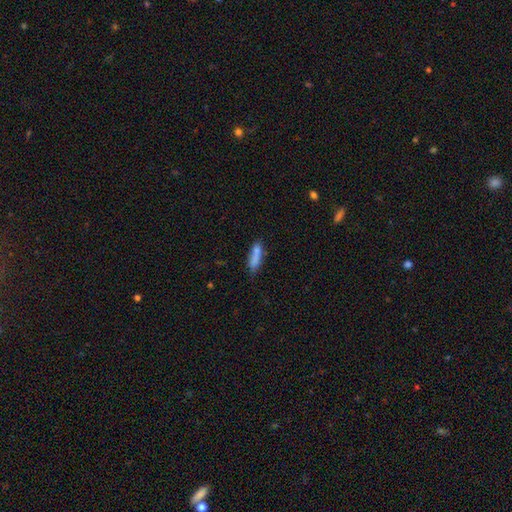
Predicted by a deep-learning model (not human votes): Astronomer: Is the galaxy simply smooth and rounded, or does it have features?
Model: smooth — 79%.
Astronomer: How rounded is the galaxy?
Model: cigar-shaped — 60% (runner-up: in between, 38%).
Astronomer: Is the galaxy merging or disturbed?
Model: none — 57%.